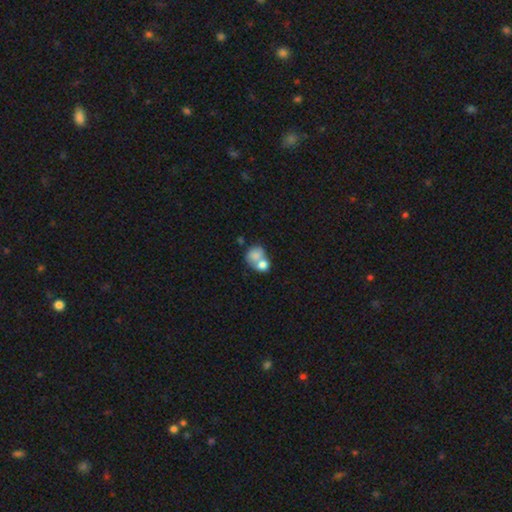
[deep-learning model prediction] smooth_or_featured: smooth (p=0.75) [alt: featured or disk p=0.17]
how_rounded: round (p=0.56) [alt: in between p=0.43]
merging: merger (p=0.66) [alt: none p=0.20]